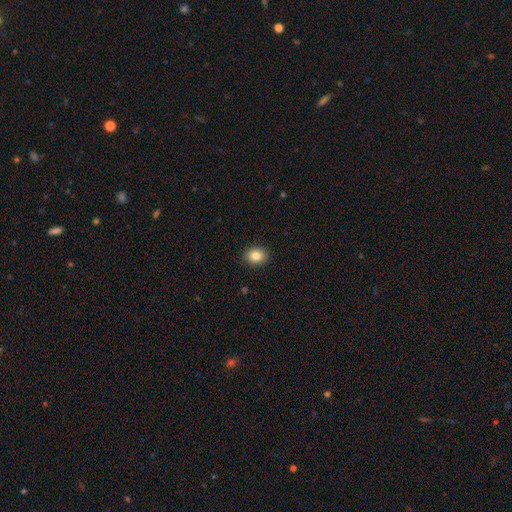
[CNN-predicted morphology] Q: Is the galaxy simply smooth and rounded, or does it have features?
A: smooth — 84%.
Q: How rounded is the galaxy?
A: round — 55%.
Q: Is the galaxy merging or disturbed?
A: none — 89%.